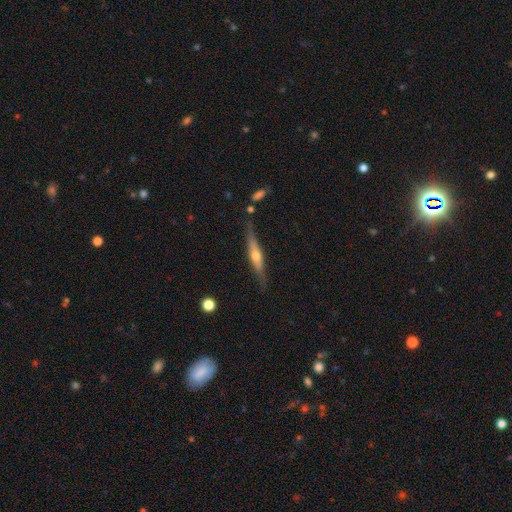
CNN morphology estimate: smooth-or-featured: featured or disk: 66% | smooth: 28% | star or artifact: 6%
  disk-edge-on: yes: 95% | no: 5%
    edge-on-bulge: rounded: 87% | none: 8% | boxy: 5%
  merging: none: 81% | minor disturbance: 13% | merger: 3% | major disturbance: 3%